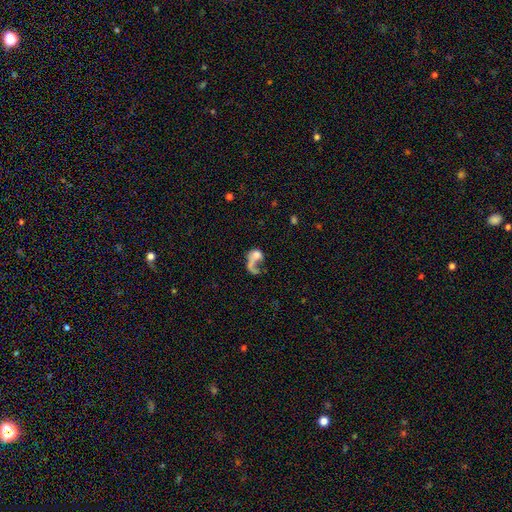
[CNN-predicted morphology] Smooth or featured? featured or disk (47%)
Merging? major disturbance (47%)